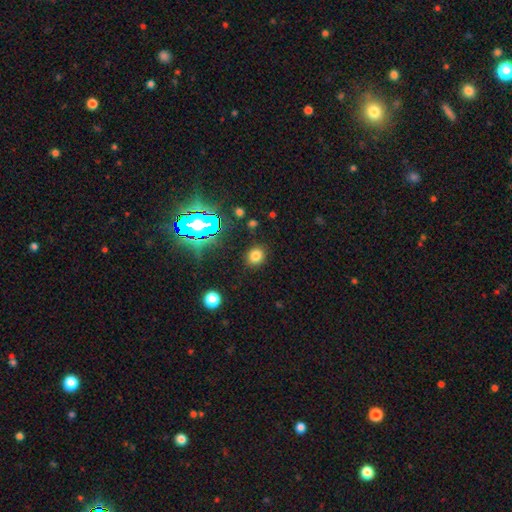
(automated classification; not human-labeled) Smooth or featured: smooth — 74% (star or artifact — 19%)
How rounded: round — 72% (in between — 27%)
Merging: none — 87% (minor disturbance — 8%)